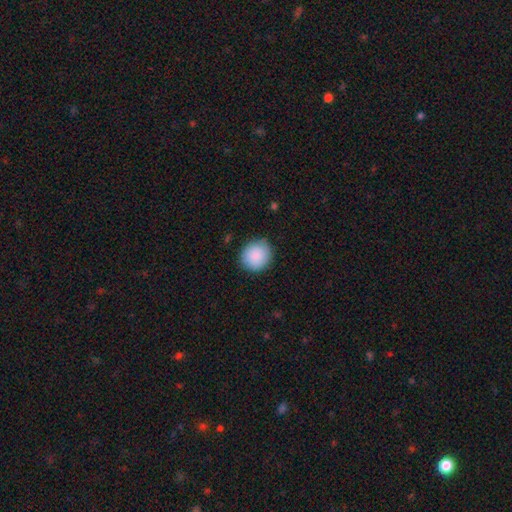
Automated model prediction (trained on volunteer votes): Smooth or featured: smooth — 89% (star or artifact — 7%)
How rounded: round — 82% (in between — 17%)
Merging: none — 87% (minor disturbance — 10%)